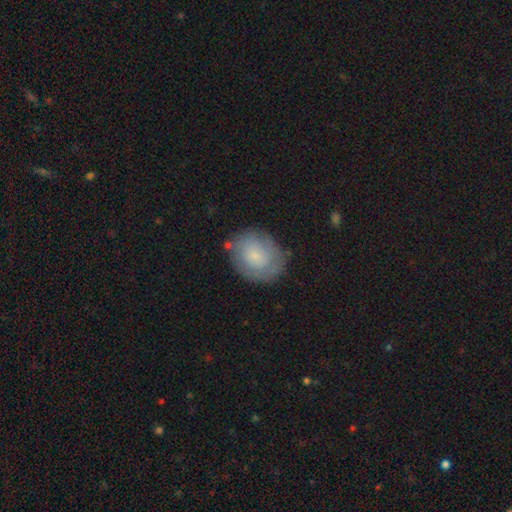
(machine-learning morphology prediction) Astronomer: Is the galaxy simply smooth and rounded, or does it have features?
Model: smooth — 60%.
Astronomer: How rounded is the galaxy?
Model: round — 58% (runner-up: in between, 41%).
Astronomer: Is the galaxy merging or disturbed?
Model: none — 70%.